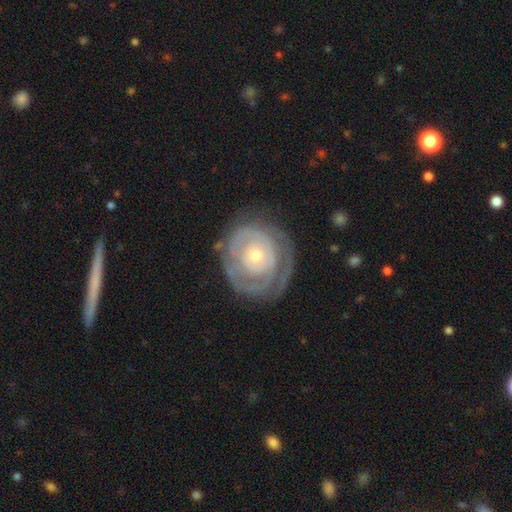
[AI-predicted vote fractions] smooth_or_featured: featured or disk (p=0.77) [alt: smooth p=0.18]
disk_edge_on: no (p=0.97) [alt: yes p=0.03]
bar: no (p=0.84) [alt: weak p=0.13]
has_spiral_arms: yes (p=0.74) [alt: no p=0.26]
spiral_winding: tight (p=0.80) [alt: medium p=0.14]
spiral_arm_count: can't tell (p=0.46) [alt: 2 p=0.20]
bulge_size: small (p=0.54) [alt: moderate p=0.42]
merging: none (p=0.69) [alt: minor disturbance p=0.19]